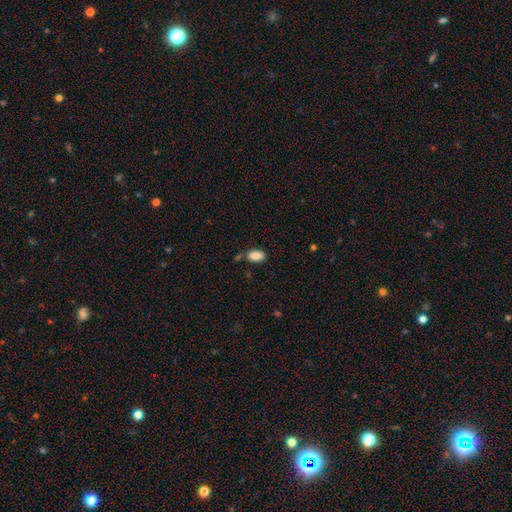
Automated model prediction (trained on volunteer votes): A smooth galaxy with no disk features (88%) that is in between round and cigar-shaped (93%).

Vote fractions:
- Smooth or featured? smooth: 88% / star or artifact: 8% / featured or disk: 4%
- How rounded? in between: 93% / round: 5% / cigar-shaped: 2%
- Merging? none: 72% / minor disturbance: 16% / merger: 9% / major disturbance: 4%